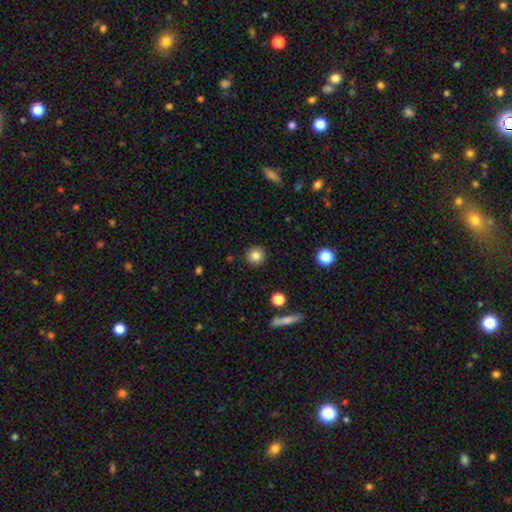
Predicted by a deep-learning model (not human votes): Smooth or featured? Predicted: smooth (p=0.83). How rounded? Predicted: round (p=0.94). Merging? Predicted: none (p=0.91).